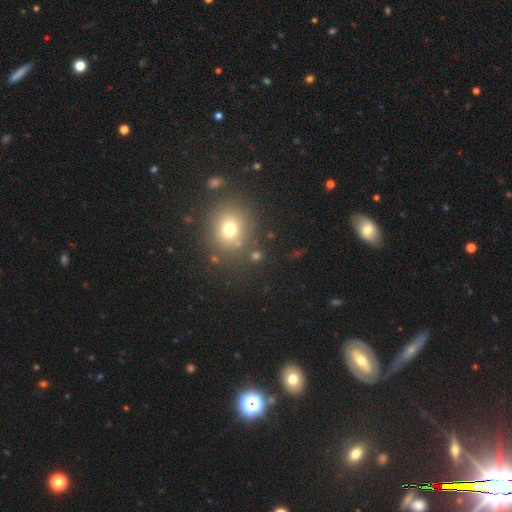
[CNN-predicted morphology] Smooth or featured? smooth (66%)
How rounded? round (78%)
Merging? none (80%)